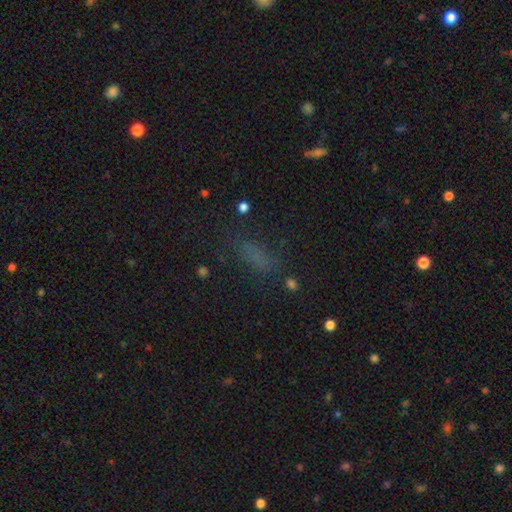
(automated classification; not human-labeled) Q: Smooth or featured?
A: smooth (63%); runner-up: star or artifact (26%)
Q: How rounded?
A: in between (59%); runner-up: cigar-shaped (35%)
Q: Merging?
A: none (66%); runner-up: minor disturbance (18%)